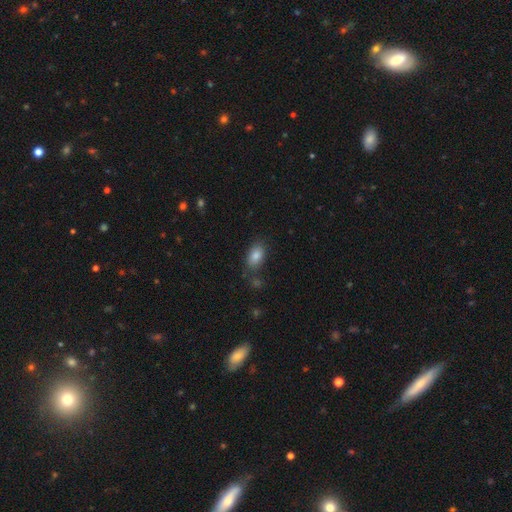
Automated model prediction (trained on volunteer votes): Q: Smooth or featured?
A: smooth (84%); runner-up: star or artifact (9%)
Q: How rounded?
A: in between (90%); runner-up: round (8%)
Q: Merging?
A: none (77%); runner-up: minor disturbance (14%)